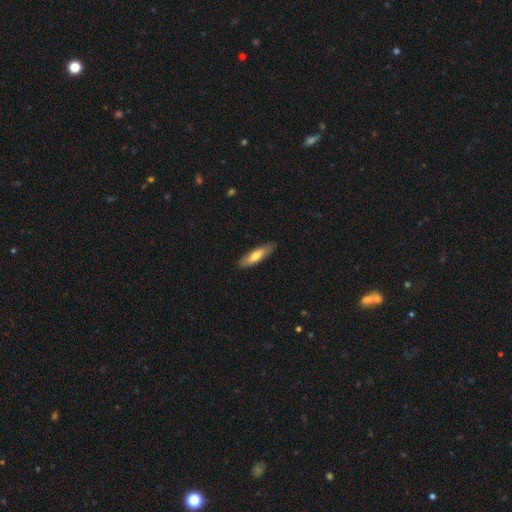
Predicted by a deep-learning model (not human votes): This is likely a smooth galaxy (67%). How rounded: likely cigar-shaped (66%). Merging: clearly none (86%).